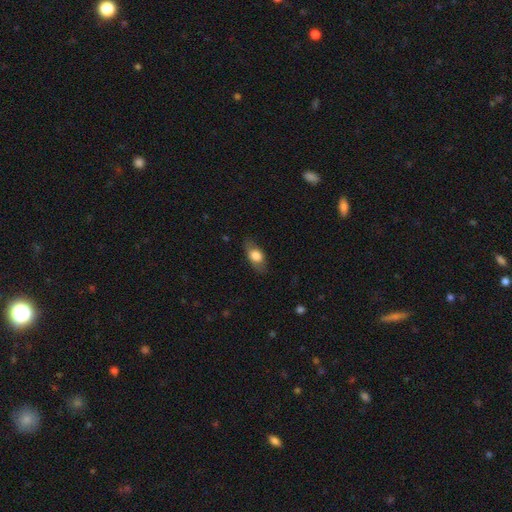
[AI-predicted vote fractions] A smooth galaxy with no disk features (71%) that is in between round and cigar-shaped (85%). Merging: none (78%).